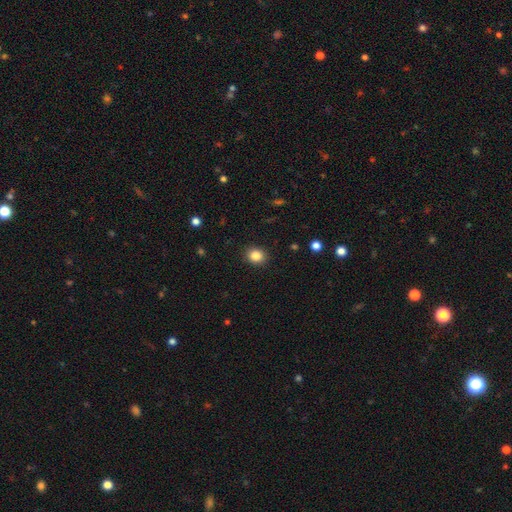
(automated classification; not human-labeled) Smooth or featured?
  - smooth: 85% *
  - star or artifact: 10%
  - featured or disk: 4%
How rounded?
  - round: 70% *
  - in between: 29%
  - cigar-shaped: 1%
Merging?
  - none: 90% *
  - minor disturbance: 7%
  - major disturbance: 2%
  - merger: 1%